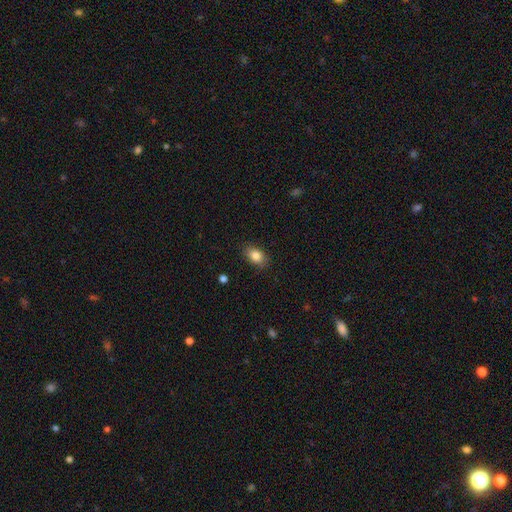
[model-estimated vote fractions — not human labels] Smooth or featured: smooth — 85% (star or artifact — 8%)
How rounded: in between — 83% (round — 15%)
Merging: none — 86% (minor disturbance — 10%)